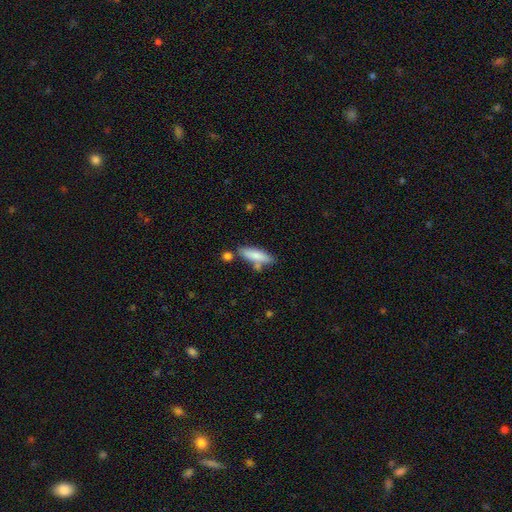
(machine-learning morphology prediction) A smooth galaxy with no disk features (79%) that is cigar-shaped (56%).

Vote fractions:
- Smooth or featured? smooth: 79% / featured or disk: 15% / star or artifact: 6%
- How rounded? cigar-shaped: 56% / in between: 42% / round: 2%
- Merging? none: 68% / minor disturbance: 16% / merger: 12% / major disturbance: 4%